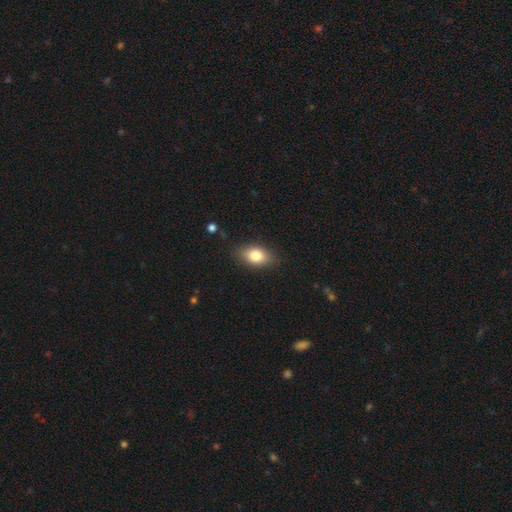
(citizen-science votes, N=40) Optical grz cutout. It shows a smooth galaxy with no disk features (90%) that is in between round and cigar-shaped (89%). Merging: none (95%).